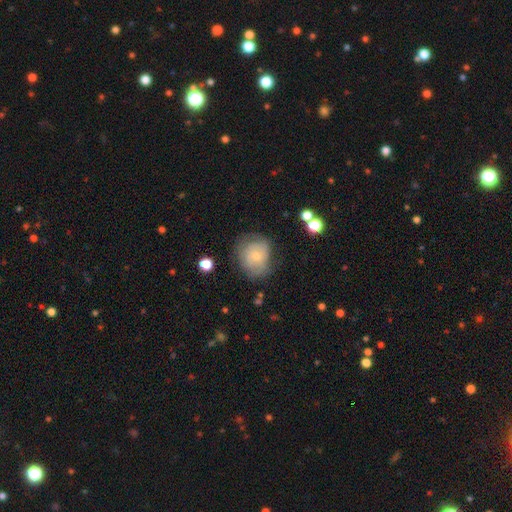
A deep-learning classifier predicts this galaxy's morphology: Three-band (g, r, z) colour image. It shows a smooth galaxy with no disk features (51%) that is round (68%). Merging: none (55%).